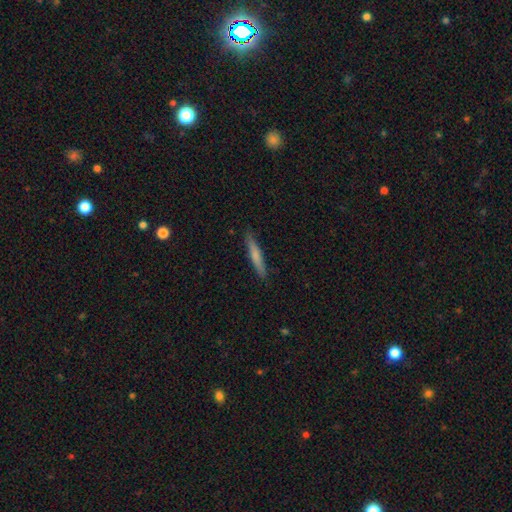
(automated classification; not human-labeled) A smooth galaxy with no disk features (66%) that is cigar-shaped (94%). Merging: none (88%).